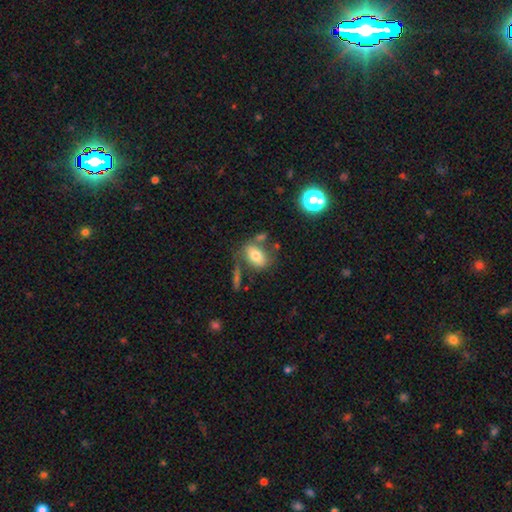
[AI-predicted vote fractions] A smooth galaxy with no disk features (72%) that is in between round and cigar-shaped (83%). Merging: none (59%).